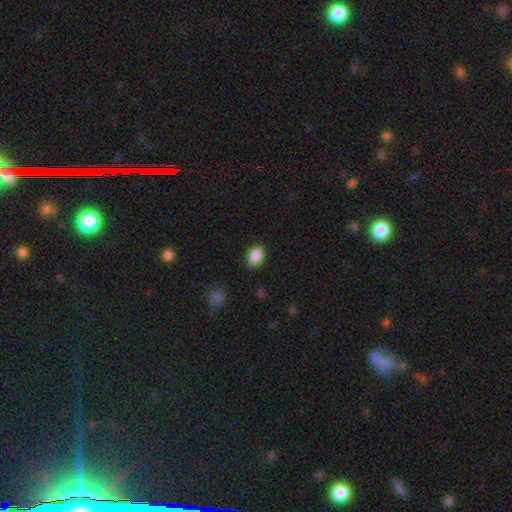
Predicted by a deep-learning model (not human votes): This appears to be a smooth galaxy with no disk features (88%) that is in between round and cigar-shaped (82%). Merging: none (87%).